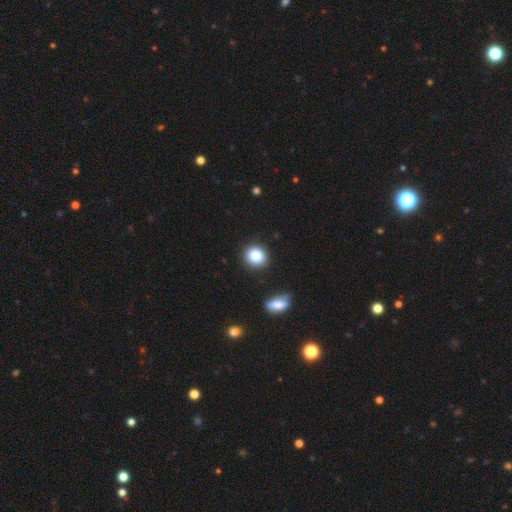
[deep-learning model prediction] A smooth galaxy with no disk features (85%) that is round (80%).

Vote fractions:
- Smooth or featured? smooth: 85% / star or artifact: 10% / featured or disk: 5%
- How rounded? round: 80% / in between: 19% / cigar-shaped: 1%
- Merging? none: 85% / minor disturbance: 9% / merger: 3% / major disturbance: 2%